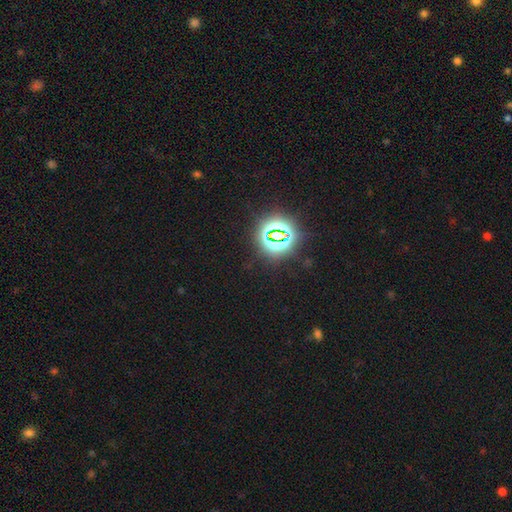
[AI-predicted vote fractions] Morphology: type=star or artifact (82%).